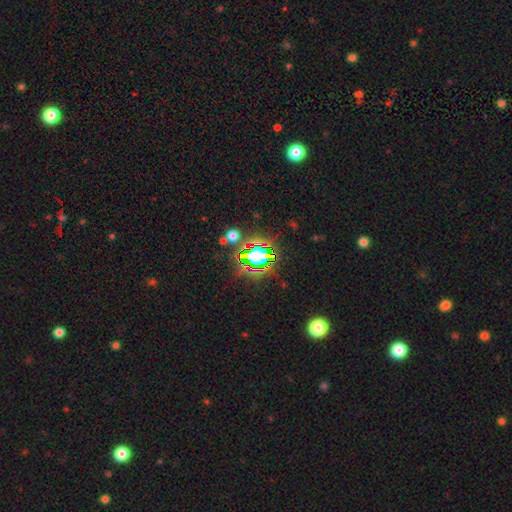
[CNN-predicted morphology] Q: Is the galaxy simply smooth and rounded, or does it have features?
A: star or artifact — 71%.